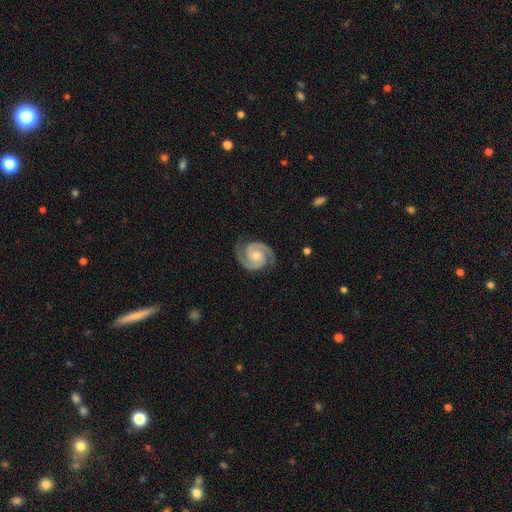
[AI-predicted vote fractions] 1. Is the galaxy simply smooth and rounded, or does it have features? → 93% featured or disk, 4% star or artifact, 3% smooth.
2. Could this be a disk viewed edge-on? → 98% no, 2% yes.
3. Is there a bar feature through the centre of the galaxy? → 64% no, 28% weak, 8% strong.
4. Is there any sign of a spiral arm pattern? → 99% yes, 1% no.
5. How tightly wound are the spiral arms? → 54% tight, 41% medium, 5% loose.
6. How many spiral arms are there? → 95% 2, 1% can't tell, 1% 3, 1% 1, 1% 4, 1% more than 4.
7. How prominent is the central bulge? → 56% moderate, 34% small, 5% none, 4% large, 1% dominant.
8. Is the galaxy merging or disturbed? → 85% none, 11% minor disturbance, 3% major disturbance, 1% merger.